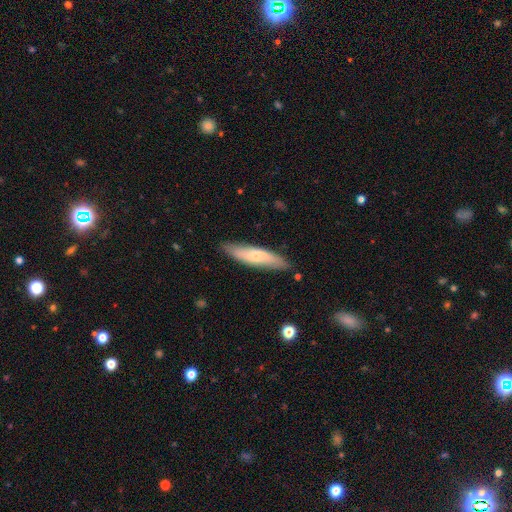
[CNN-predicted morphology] smooth 58%, featured or disk 36%, star or artifact 6%. Down the decision tree: how rounded — cigar-shaped (73%); merging — none (85%).